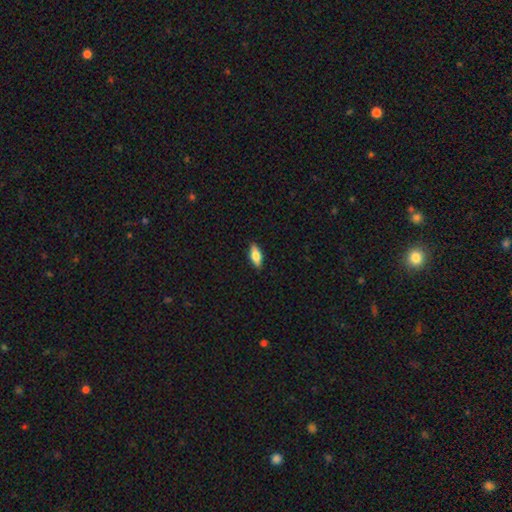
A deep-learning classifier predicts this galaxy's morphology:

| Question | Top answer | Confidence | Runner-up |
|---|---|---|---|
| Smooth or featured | smooth | 70% | featured or disk (23%) |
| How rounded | in between | 74% | cigar-shaped (23%) |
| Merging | none | 89% | minor disturbance (8%) |